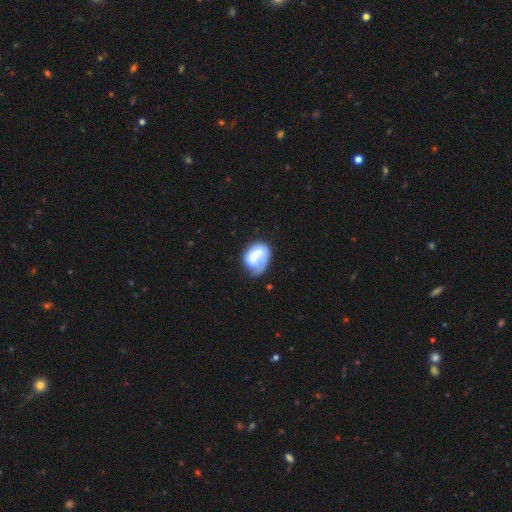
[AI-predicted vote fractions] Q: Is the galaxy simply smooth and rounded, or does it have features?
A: smooth — 52%.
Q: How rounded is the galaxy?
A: in between — 62%.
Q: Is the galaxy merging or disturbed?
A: none — 39%.